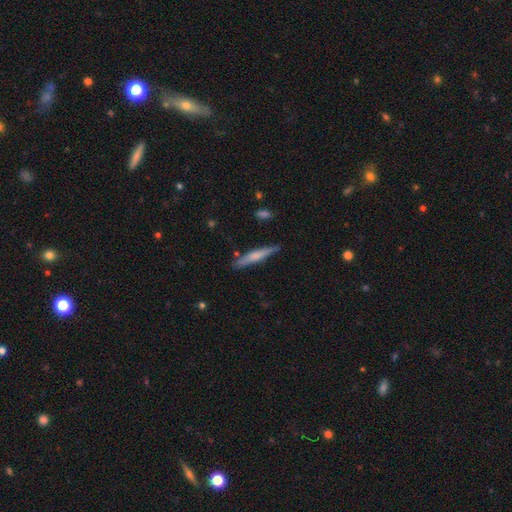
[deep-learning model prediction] Smooth or featured? Predicted: smooth (p=0.55). How rounded? Predicted: cigar-shaped (p=0.93). Merging? Predicted: none (p=0.84).